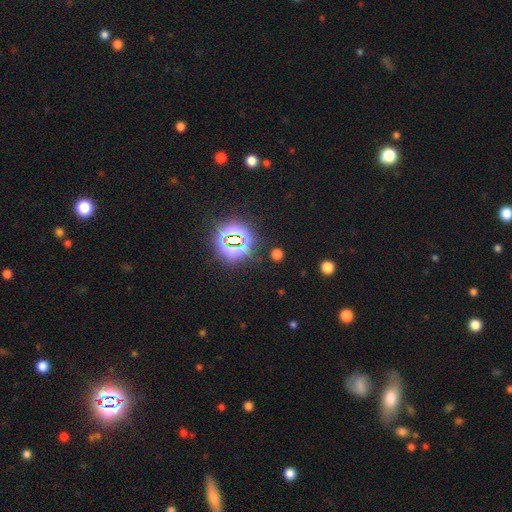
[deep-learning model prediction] Overall: star or artifact (78%).